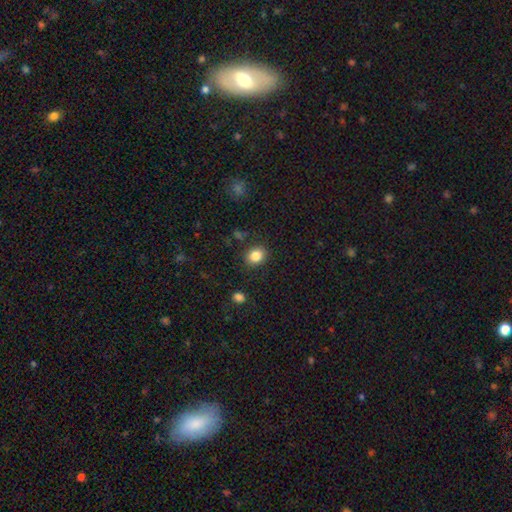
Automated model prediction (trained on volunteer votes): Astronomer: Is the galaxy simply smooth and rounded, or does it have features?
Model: smooth — 84%.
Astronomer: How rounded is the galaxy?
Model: round — 60% (runner-up: in between, 40%).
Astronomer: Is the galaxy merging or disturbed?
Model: none — 86%.